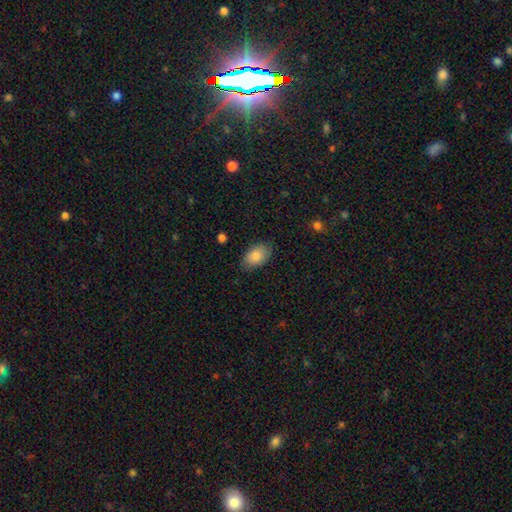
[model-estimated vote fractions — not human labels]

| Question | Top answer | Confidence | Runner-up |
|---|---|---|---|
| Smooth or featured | smooth | 85% | featured or disk (8%) |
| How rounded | in between | 91% | round (7%) |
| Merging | none | 82% | minor disturbance (14%) |